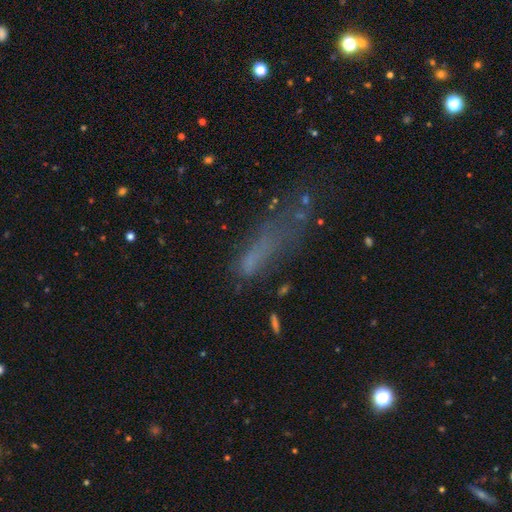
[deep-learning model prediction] smooth-or-featured: smooth: 50% | featured or disk: 26% | star or artifact: 24%
  how-rounded: cigar-shaped: 61% | in between: 35% | round: 4%
  merging: none: 36% | major disturbance: 33% | minor disturbance: 23% | merger: 8%